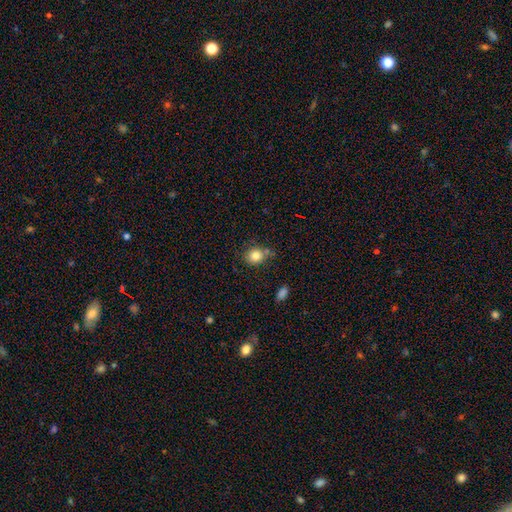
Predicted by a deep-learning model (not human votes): Overall: smooth (82%). How rounded: round (75%). Merging: none (65%).